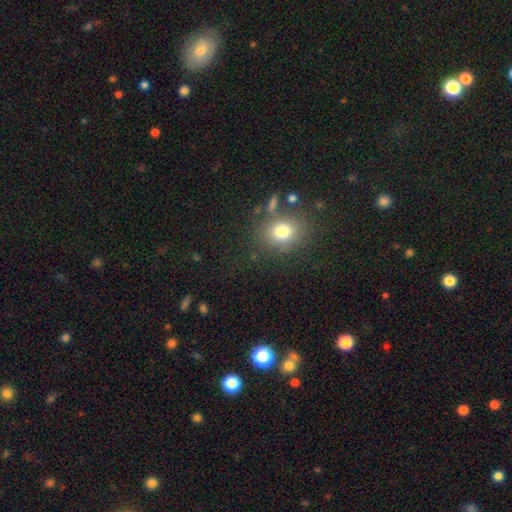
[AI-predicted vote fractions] Smooth or featured?
  - smooth: 64% *
  - star or artifact: 28%
  - featured or disk: 8%
How rounded?
  - round: 76% *
  - in between: 23%
  - cigar-shaped: 1%
Merging?
  - none: 81% *
  - minor disturbance: 10%
  - merger: 6%
  - major disturbance: 4%